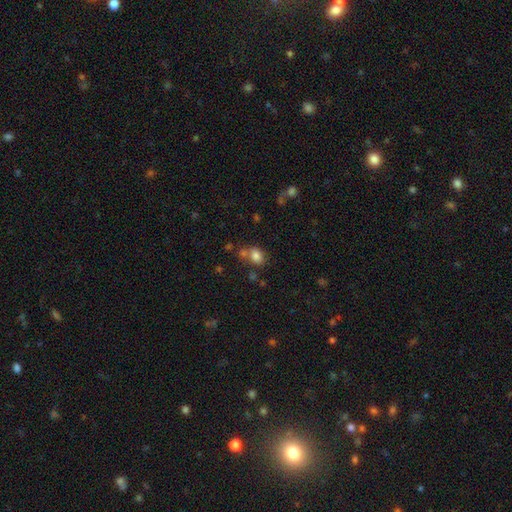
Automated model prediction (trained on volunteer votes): Smooth or featured?
  - smooth: 80% *
  - star or artifact: 12%
  - featured or disk: 9%
How rounded?
  - in between: 65% *
  - round: 33%
  - cigar-shaped: 1%
Merging?
  - none: 57% *
  - merger: 23%
  - minor disturbance: 14%
  - major disturbance: 5%